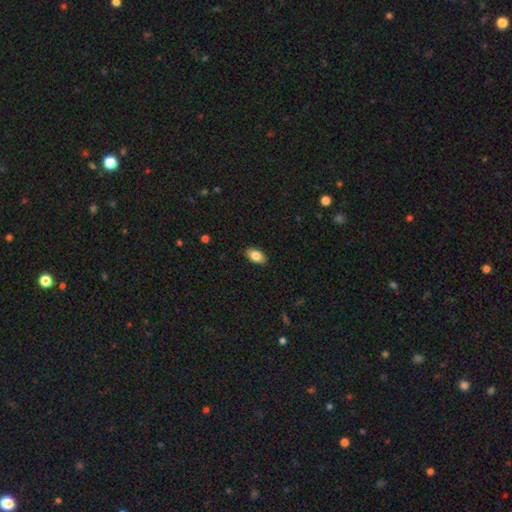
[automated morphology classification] The model was most divided on "smooth or featured": smooth: 83%, featured or disk: 10%, star or artifact: 7%. More confident: how rounded — in between (92%); merging — none (88%).